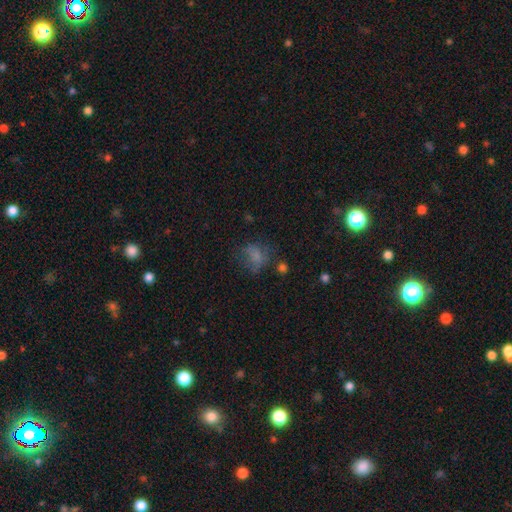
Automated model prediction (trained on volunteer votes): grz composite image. It shows a smooth galaxy with no disk features (63%) that is round (50%). Merging: none (43%).